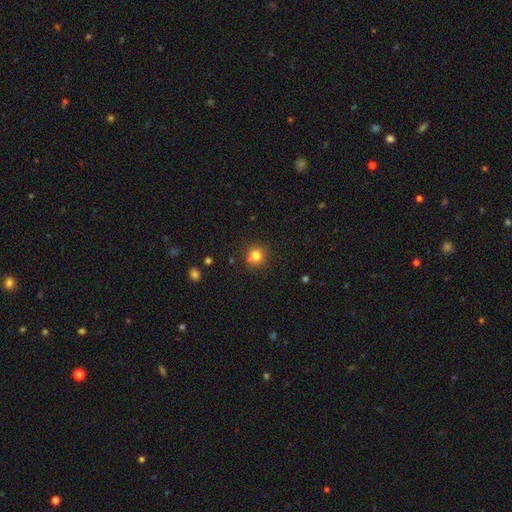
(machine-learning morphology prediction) Overall: smooth (79%). How rounded: round (90%). Merging: none (74%).